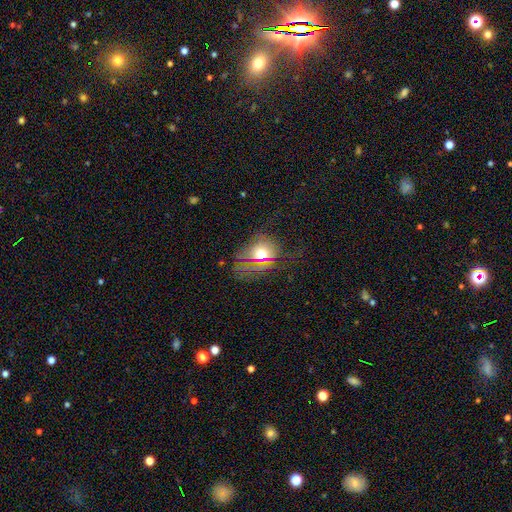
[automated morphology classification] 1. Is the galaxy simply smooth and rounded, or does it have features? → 47% smooth, 30% featured or disk, 23% star or artifact.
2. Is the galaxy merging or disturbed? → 46% none, 26% major disturbance, 24% minor disturbance, 5% merger.